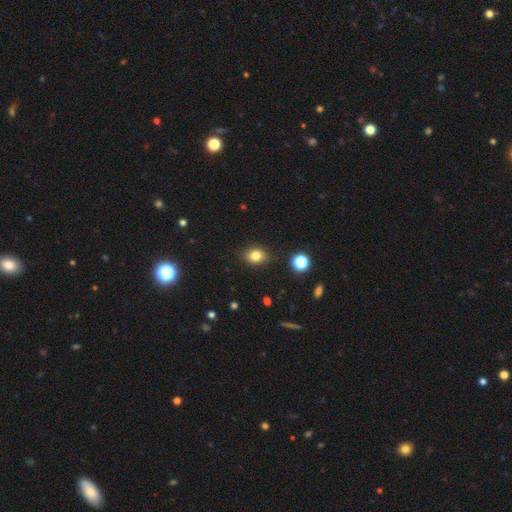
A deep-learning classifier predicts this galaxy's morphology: smooth 81%, star or artifact 12%, featured or disk 7%. Down the decision tree: how rounded — in between (56%); merging — none (86%).